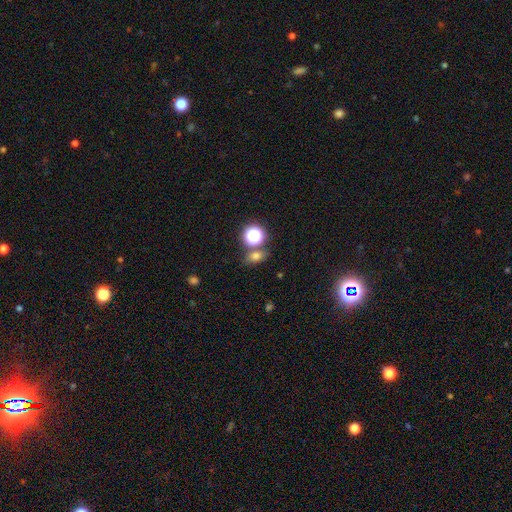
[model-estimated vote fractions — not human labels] smooth-or-featured: smooth: 68% | star or artifact: 23% | featured or disk: 9%
  how-rounded: in between: 59% | round: 38% | cigar-shaped: 3%
  merging: none: 72% | merger: 13% | minor disturbance: 11% | major disturbance: 4%